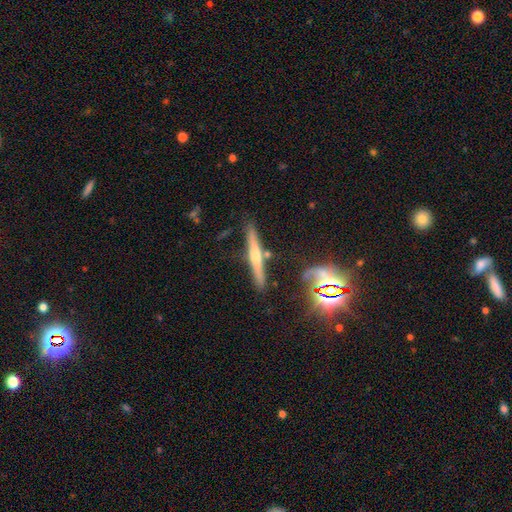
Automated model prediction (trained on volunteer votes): Smooth or featured? featured or disk (56%)
Edge-on disk? yes (95%)
Edge-on bulge? rounded (73%)
Merging? none (81%)